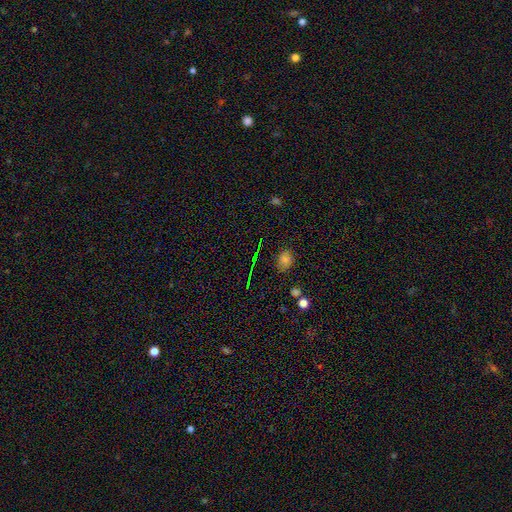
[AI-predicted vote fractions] Smooth or featured: star or artifact — 53% (smooth — 34%)